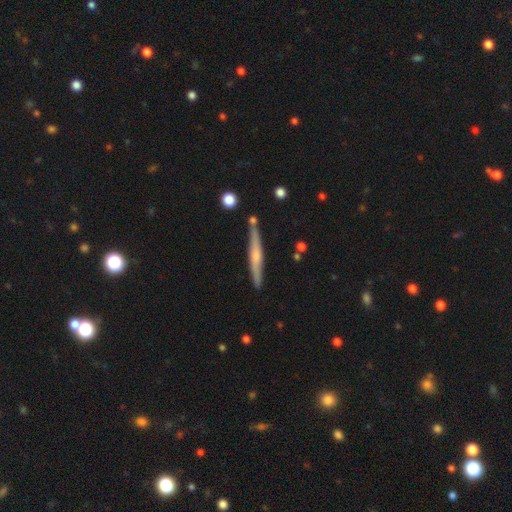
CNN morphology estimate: A featured or disk galaxy (57%) viewed edge-on (96%) with a rounded central bulge (61%).

Vote fractions:
- Smooth or featured? featured or disk: 57% / smooth: 37% / star or artifact: 6%
- Edge-on disk? yes: 96% / no: 4%
- Edge-on bulge? rounded: 61% / none: 30% / boxy: 10%
- Merging? none: 83% / minor disturbance: 11% / merger: 4% / major disturbance: 2%